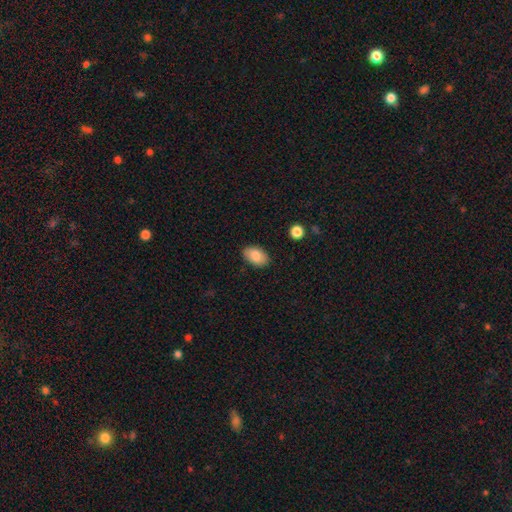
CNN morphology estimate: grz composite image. It shows a smooth galaxy with no disk features (84%) that is in between round and cigar-shaped (90%). Merging: none (86%).